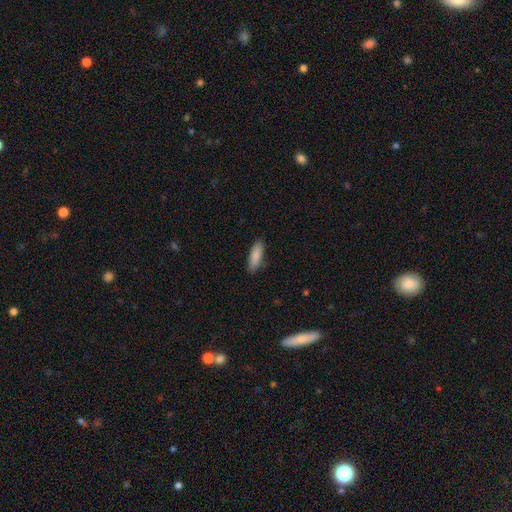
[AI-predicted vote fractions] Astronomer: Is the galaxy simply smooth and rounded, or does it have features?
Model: smooth — 88%.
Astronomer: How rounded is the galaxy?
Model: in between — 54% (runner-up: cigar-shaped, 45%).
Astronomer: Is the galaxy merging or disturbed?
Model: none — 87%.